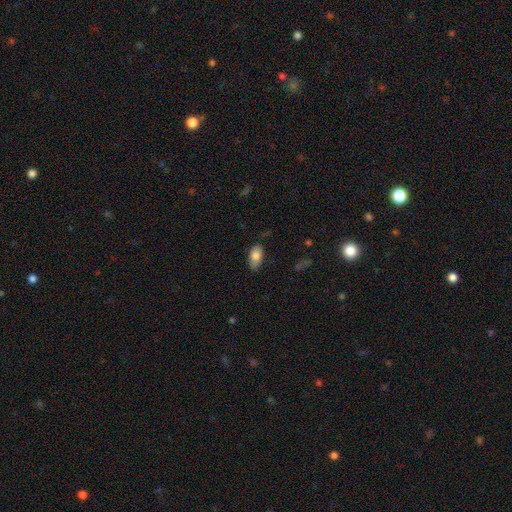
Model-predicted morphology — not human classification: smooth-or-featured: smooth: 82% | featured or disk: 11% | star or artifact: 7%
  how-rounded: in between: 93% | round: 4% | cigar-shaped: 3%
  merging: none: 76% | minor disturbance: 19% | major disturbance: 4% | merger: 1%